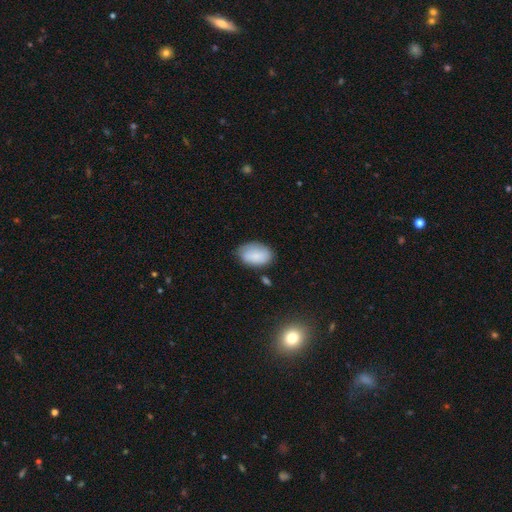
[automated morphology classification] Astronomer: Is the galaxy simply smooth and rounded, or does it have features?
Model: smooth — 83%.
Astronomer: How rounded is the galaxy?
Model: in between — 90%.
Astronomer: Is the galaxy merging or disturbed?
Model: none — 66%.